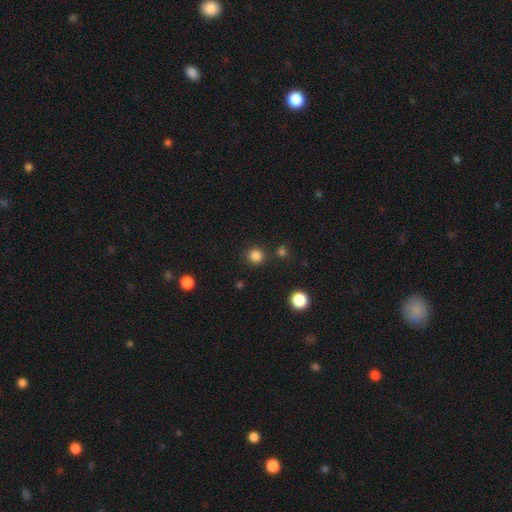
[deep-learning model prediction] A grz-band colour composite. It shows a smooth galaxy with no disk features (84%) that is round (93%). Merging: none (88%).